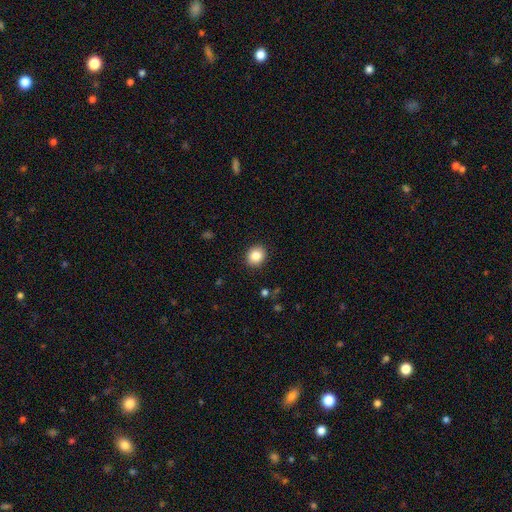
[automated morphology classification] Smooth or featured? Predicted: smooth (p=0.85). How rounded? Predicted: round (p=0.72). Merging? Predicted: none (p=0.91).